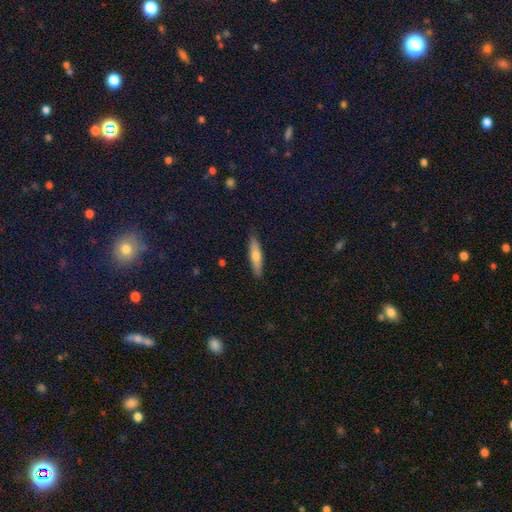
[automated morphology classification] smooth 60%, featured or disk 34%, star or artifact 6%. Down the decision tree: how rounded — cigar-shaped (77%); merging — none (87%).